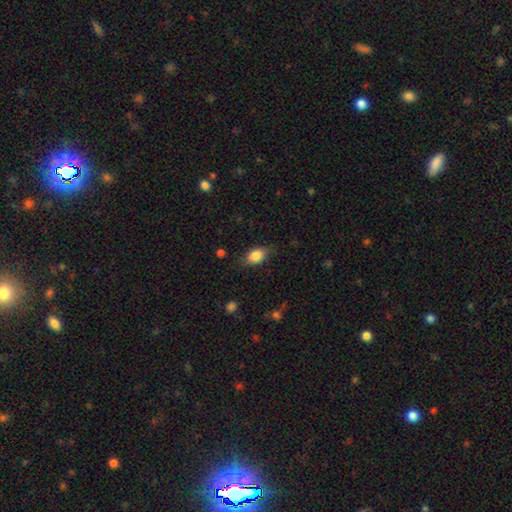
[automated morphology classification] smooth-or-featured: smooth: 84% | featured or disk: 8% | star or artifact: 7%
  how-rounded: in between: 86% | round: 10% | cigar-shaped: 3%
  merging: none: 77% | minor disturbance: 18% | major disturbance: 4% | merger: 1%